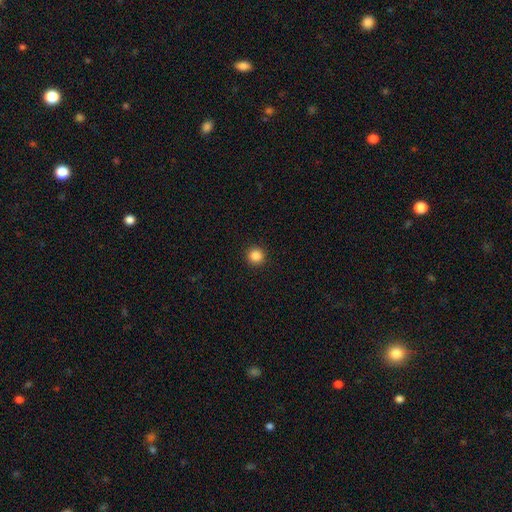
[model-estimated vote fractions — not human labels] The model was most divided on "smooth or featured": smooth: 86%, star or artifact: 11%, featured or disk: 3%. More confident: how rounded — round (95%); merging — none (93%).